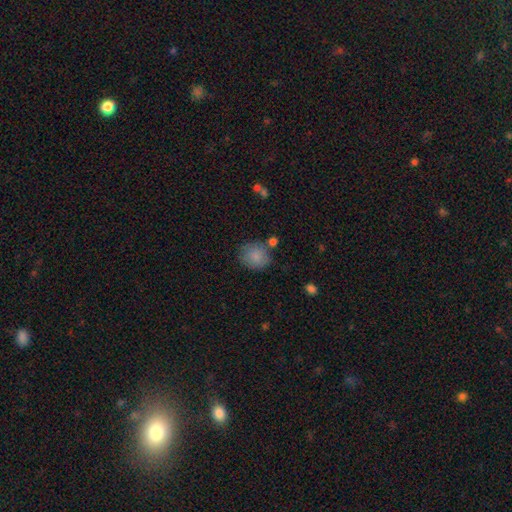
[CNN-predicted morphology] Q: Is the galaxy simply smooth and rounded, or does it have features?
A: smooth — 84%.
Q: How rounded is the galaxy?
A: round — 79%.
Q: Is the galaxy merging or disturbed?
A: none — 70%.